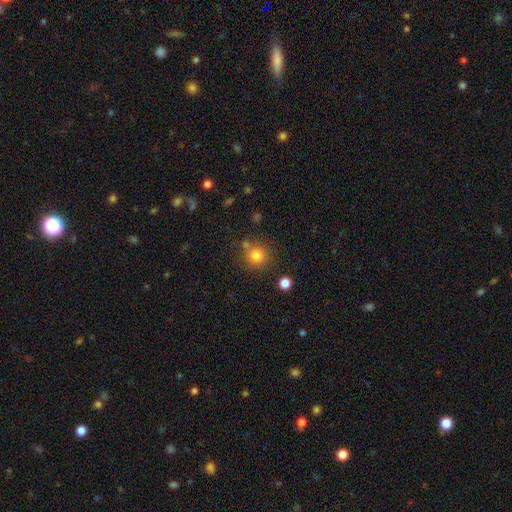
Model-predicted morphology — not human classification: Smooth or featured: smooth — 81% (star or artifact — 12%)
How rounded: round — 89% (in between — 10%)
Merging: none — 76% (minor disturbance — 12%)